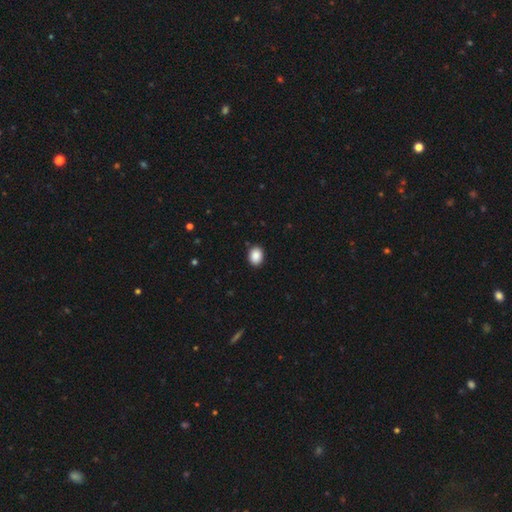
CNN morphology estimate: Smooth or featured: smooth — 89% (star or artifact — 8%)
How rounded: in between — 59% (round — 40%)
Merging: none — 90% (minor disturbance — 7%)